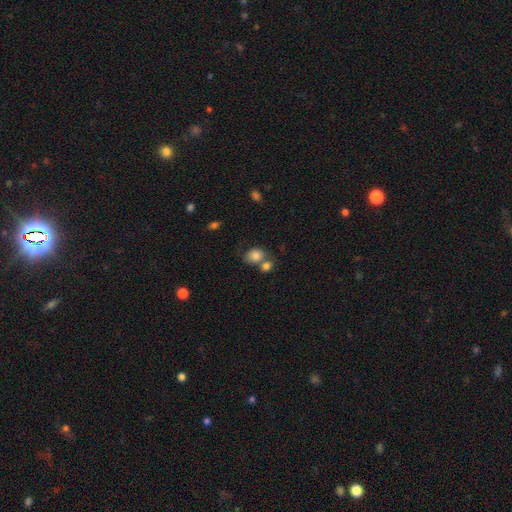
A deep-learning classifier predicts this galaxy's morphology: Smooth or featured?
  - smooth: 81% *
  - featured or disk: 10%
  - star or artifact: 9%
How rounded?
  - round: 51% *
  - in between: 48%
  - cigar-shaped: 1%
Merging?
  - none: 42% *
  - merger: 39%
  - minor disturbance: 14%
  - major disturbance: 6%